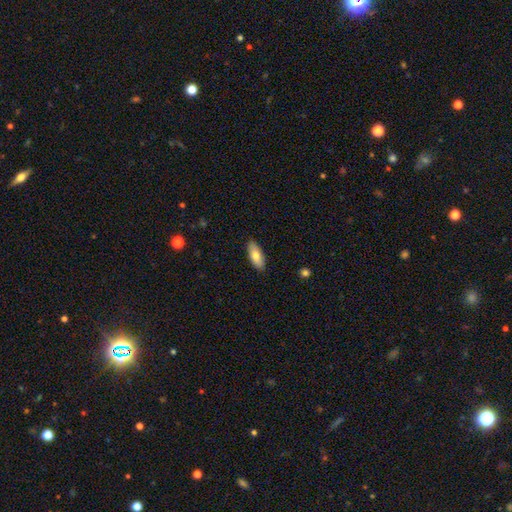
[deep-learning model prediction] Morphology: type=smooth (78%); roundness=in between (80%); merging=none (88%).